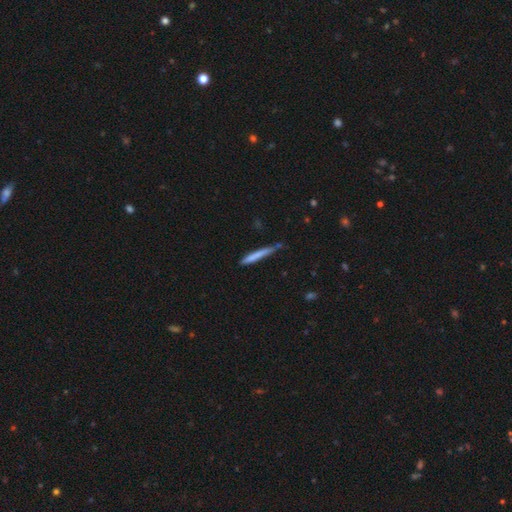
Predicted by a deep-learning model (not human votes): Smooth or featured? Predicted: smooth (p=0.73). How rounded? Predicted: cigar-shaped (p=0.96). Merging? Predicted: none (p=0.73).